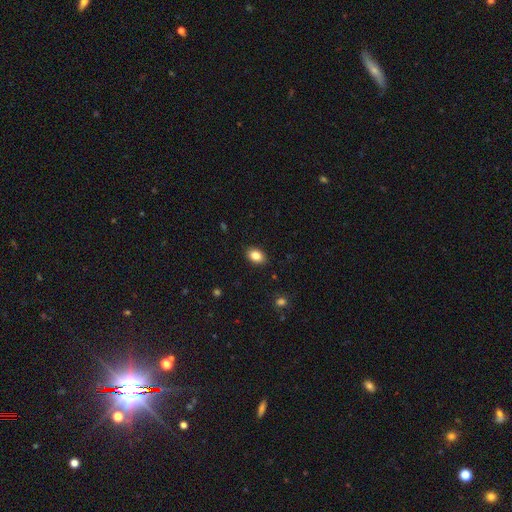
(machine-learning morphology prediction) This appears to be a smooth galaxy with no disk features (85%) that is in between round and cigar-shaped (82%). Merging: none (89%).